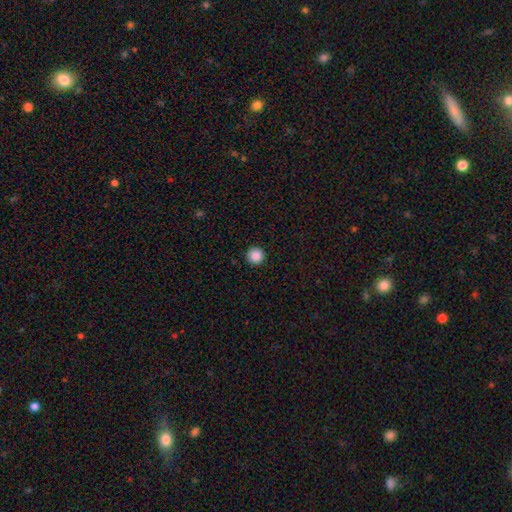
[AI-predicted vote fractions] Morphology: type=smooth (87%); roundness=round (97%); merging=none (93%).